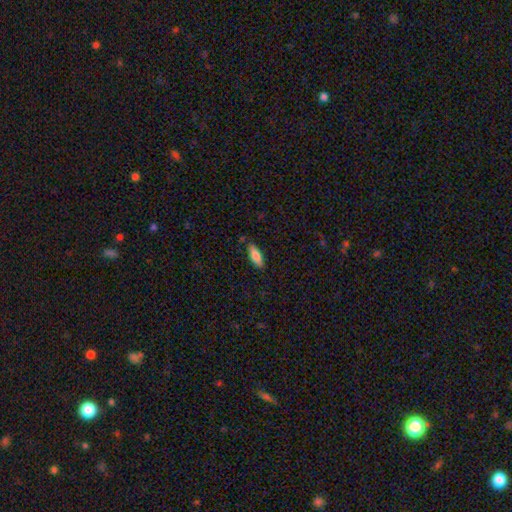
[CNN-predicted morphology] A smooth galaxy with no disk features (81%) that is in between round and cigar-shaped (68%).

Vote fractions:
- Smooth or featured? smooth: 81% / featured or disk: 13% / star or artifact: 6%
- How rounded? in between: 68% / cigar-shaped: 30% / round: 2%
- Merging? none: 83% / minor disturbance: 12% / major disturbance: 2% / merger: 2%